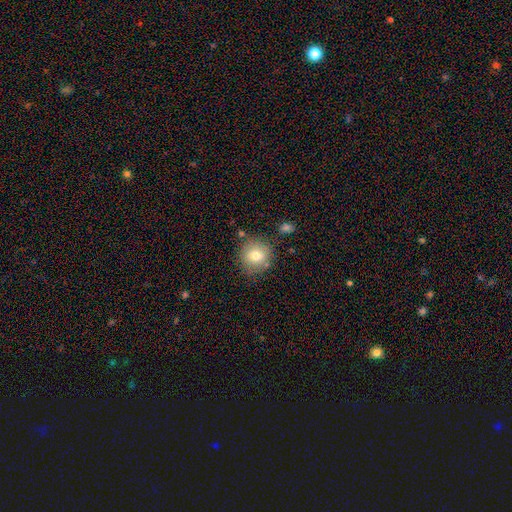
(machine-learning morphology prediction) type=smooth (75%); roundness=round (91%); merging=none (79%).